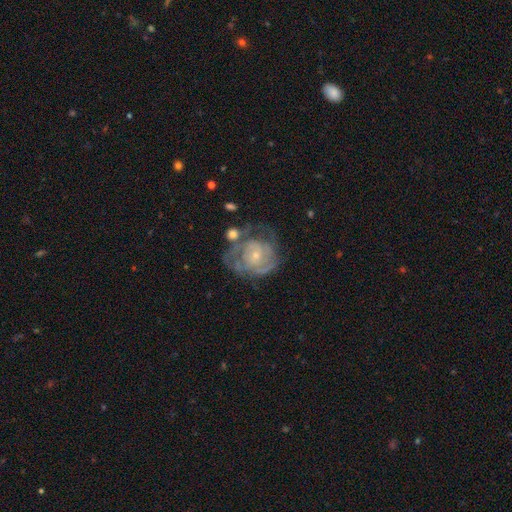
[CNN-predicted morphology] This is likely a featured or disk galaxy (78%). It is clearly not viewed edge-on (98%). Bar: likely no (76%). Spiral arm pattern: clearly yes (84%). Spiral arm count: marginally can't tell (42%). Spiral winding: likely tight (62%). Central bulge: likely small (75%). Merging: possibly none (45%).